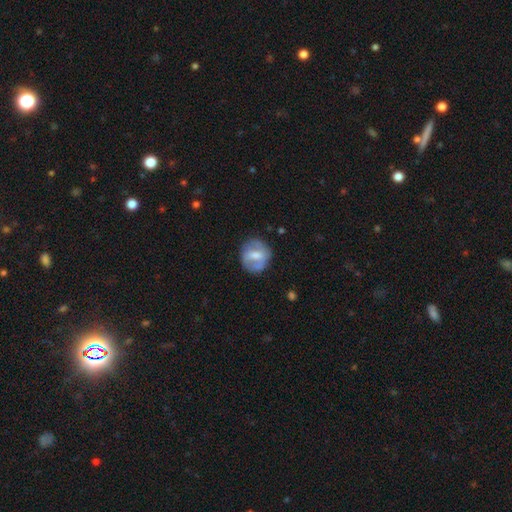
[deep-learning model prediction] This appears to be a smooth galaxy with no disk features (48%). Merging: none (73%).